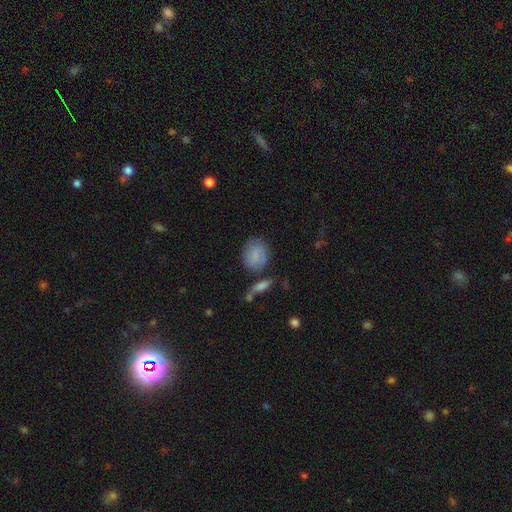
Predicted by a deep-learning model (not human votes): This is likely a smooth galaxy (79%). How rounded: possibly in between (49%). Merging: likely none (68%).